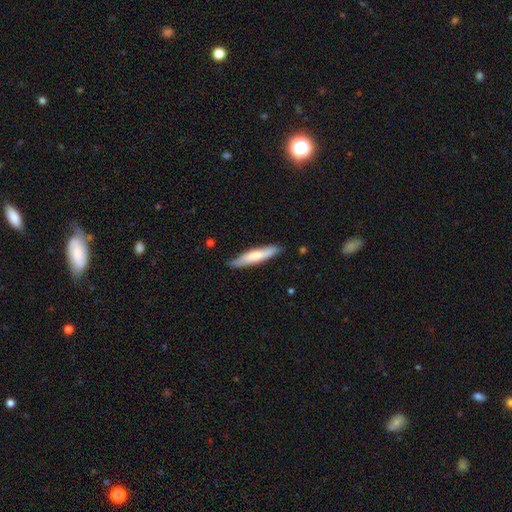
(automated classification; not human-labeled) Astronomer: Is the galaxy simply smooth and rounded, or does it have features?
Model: smooth — 67%.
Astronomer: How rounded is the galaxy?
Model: cigar-shaped — 83%.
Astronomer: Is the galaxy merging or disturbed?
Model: none — 81%.